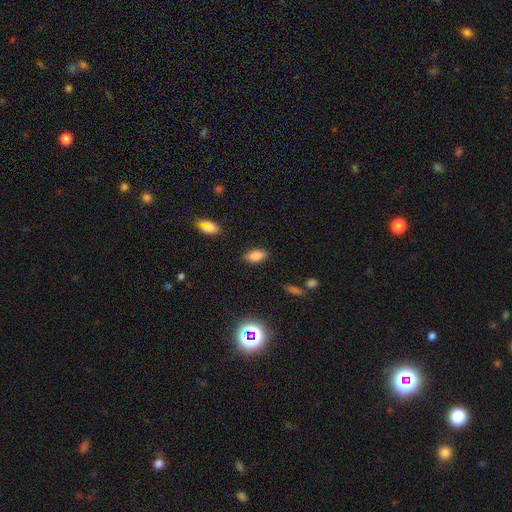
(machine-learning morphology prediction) Smooth or featured? smooth (81%)
How rounded? in between (91%)
Merging? none (86%)